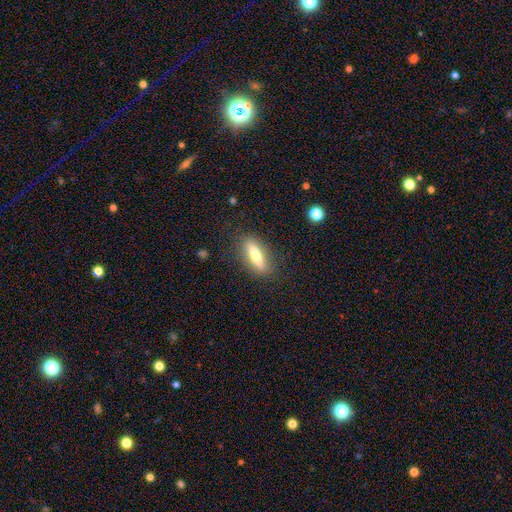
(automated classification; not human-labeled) Smooth or featured?
  - smooth: 55% *
  - featured or disk: 38%
  - star or artifact: 7%
How rounded?
  - cigar-shaped: 59% *
  - in between: 38%
  - round: 3%
Merging?
  - none: 85% *
  - minor disturbance: 10%
  - major disturbance: 4%
  - merger: 1%